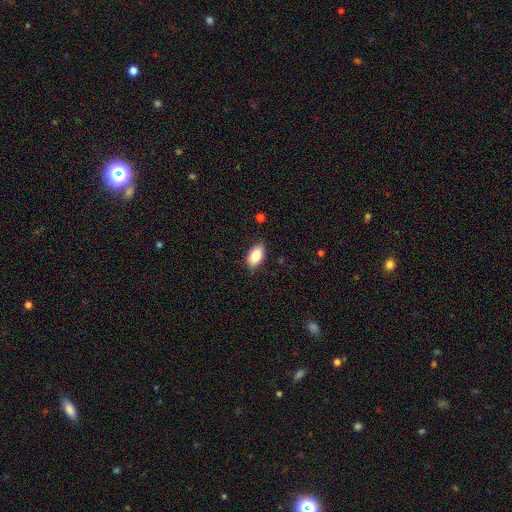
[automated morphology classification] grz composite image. It shows a smooth galaxy with no disk features (83%) that is in between round and cigar-shaped (91%). Merging: none (84%).